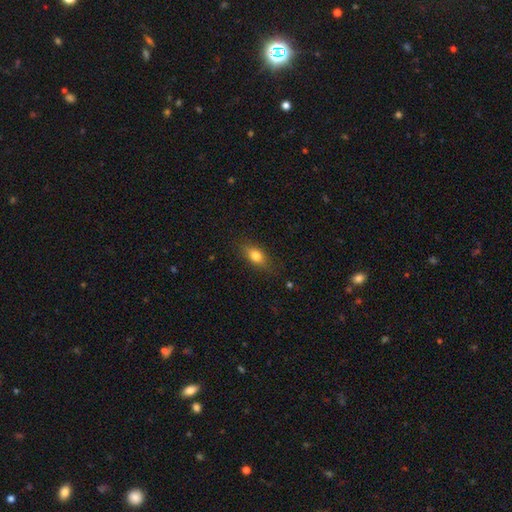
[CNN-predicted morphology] A smooth galaxy with no disk features (78%) that is in between round and cigar-shaped (80%). Merging: none (82%).